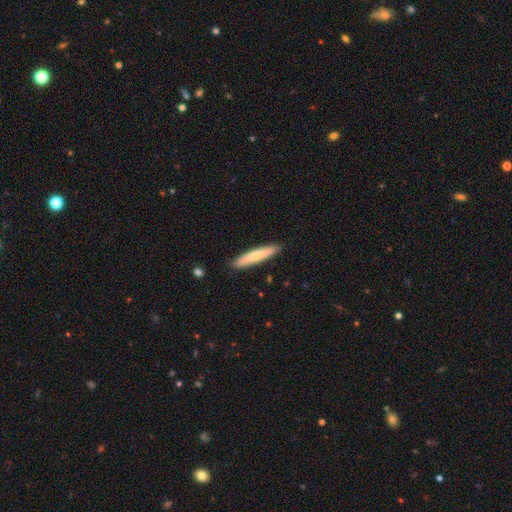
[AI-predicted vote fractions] Q: Smooth or featured?
A: smooth (70%); runner-up: featured or disk (25%)
Q: How rounded?
A: cigar-shaped (90%); runner-up: in between (8%)
Q: Merging?
A: none (89%); runner-up: minor disturbance (8%)